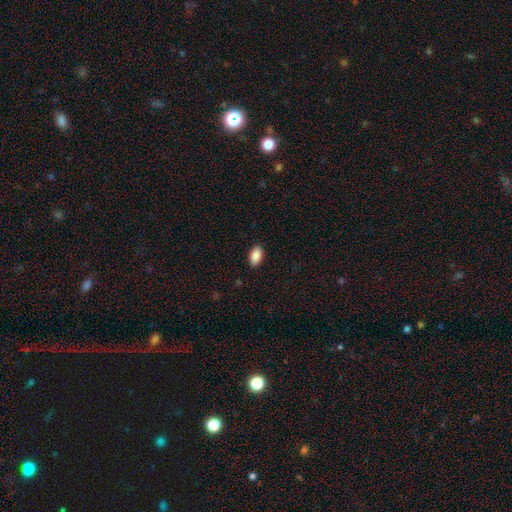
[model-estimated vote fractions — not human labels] Smooth or featured? Predicted: smooth (p=0.89). How rounded? Predicted: in between (p=0.93). Merging? Predicted: none (p=0.89).